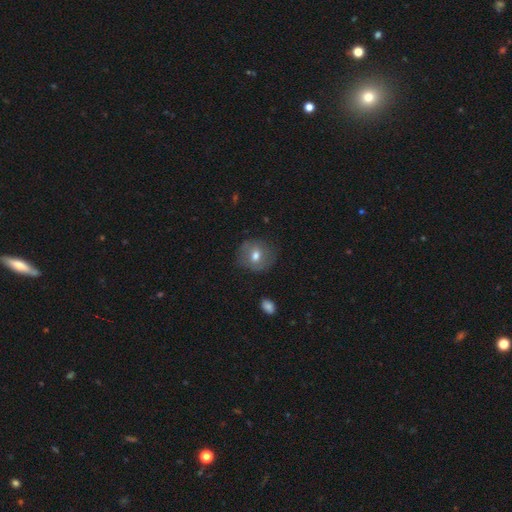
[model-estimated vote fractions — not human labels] Smooth or featured? smooth (61%)
How rounded? round (78%)
Merging? none (75%)